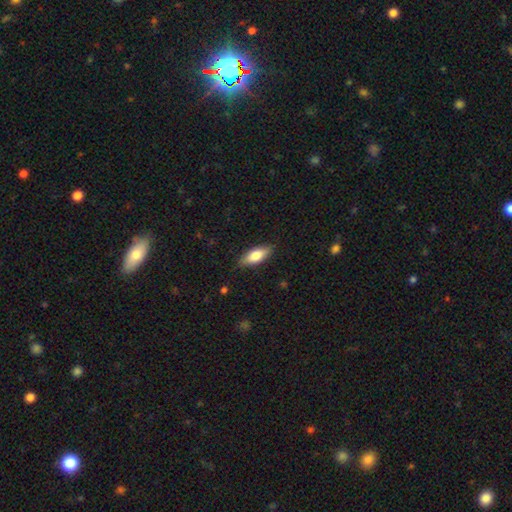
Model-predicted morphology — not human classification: Smooth or featured?
  - smooth: 72% *
  - featured or disk: 22%
  - star or artifact: 6%
How rounded?
  - in between: 73% *
  - cigar-shaped: 25%
  - round: 3%
Merging?
  - none: 83% *
  - minor disturbance: 13%
  - major disturbance: 3%
  - merger: 1%